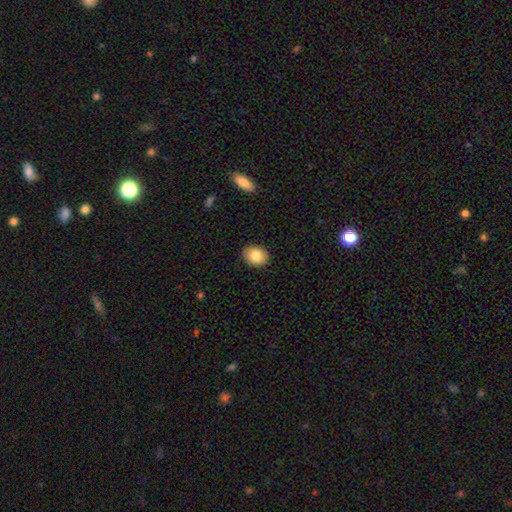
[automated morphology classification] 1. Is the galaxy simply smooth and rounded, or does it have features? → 84% smooth, 8% featured or disk, 8% star or artifact.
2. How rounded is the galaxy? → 56% in between, 43% round, 1% cigar-shaped.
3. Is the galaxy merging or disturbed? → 89% none, 9% minor disturbance, 2% major disturbance, 1% merger.